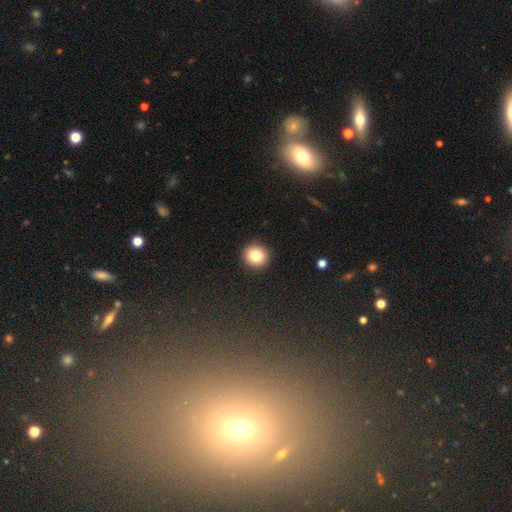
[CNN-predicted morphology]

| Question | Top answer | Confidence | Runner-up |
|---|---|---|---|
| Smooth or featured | smooth | 83% | star or artifact (10%) |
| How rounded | round | 91% | in between (8%) |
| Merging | none | 92% | minor disturbance (5%) |